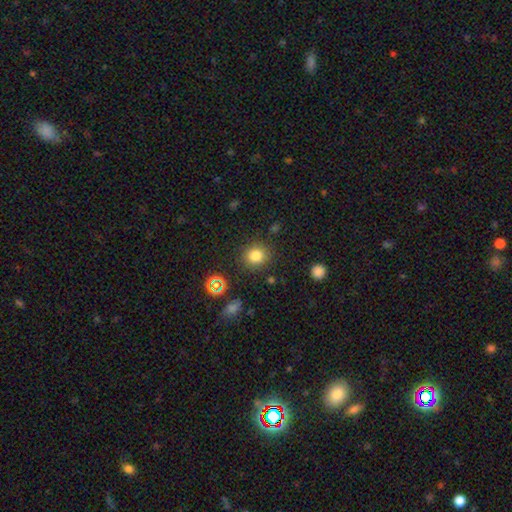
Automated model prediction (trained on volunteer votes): The model was most divided on "smooth or featured": smooth: 79%, star or artifact: 15%, featured or disk: 6%. More confident: merging — none (85%); how rounded — round (84%).